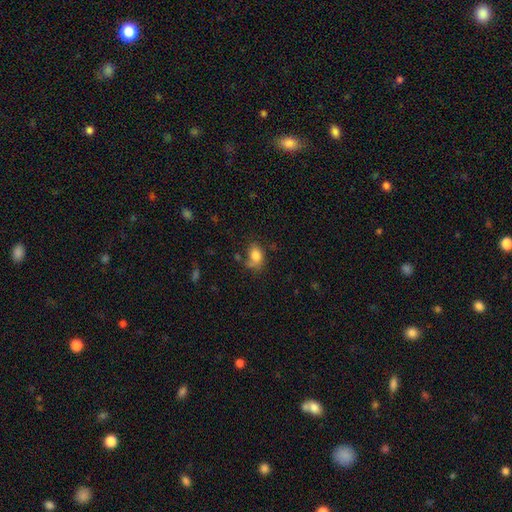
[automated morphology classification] Q: Smooth or featured?
A: smooth (79%); runner-up: featured or disk (11%)
Q: How rounded?
A: in between (72%); runner-up: round (26%)
Q: Merging?
A: none (51%); runner-up: minor disturbance (27%)